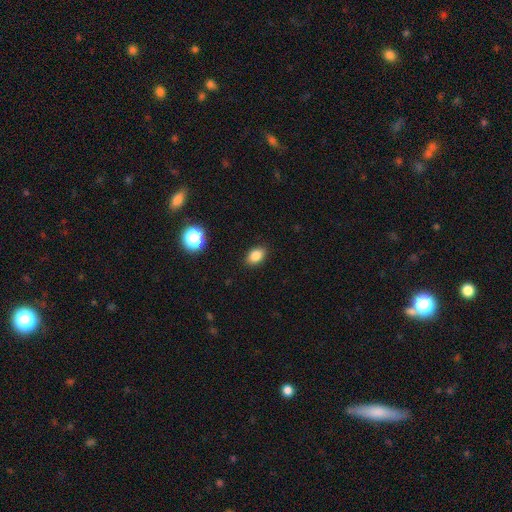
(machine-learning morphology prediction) Smooth or featured: smooth — 84% (star or artifact — 11%)
How rounded: in between — 81% (round — 18%)
Merging: none — 89% (minor disturbance — 8%)